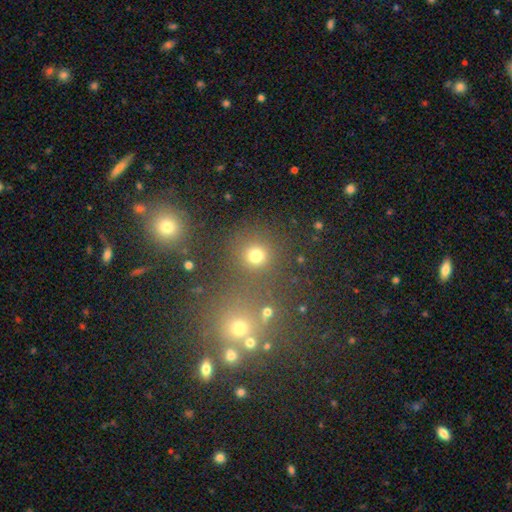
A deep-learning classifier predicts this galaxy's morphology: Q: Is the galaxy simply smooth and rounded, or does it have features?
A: smooth — 73%.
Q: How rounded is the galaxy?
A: round — 90%.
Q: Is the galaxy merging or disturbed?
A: none — 77%.